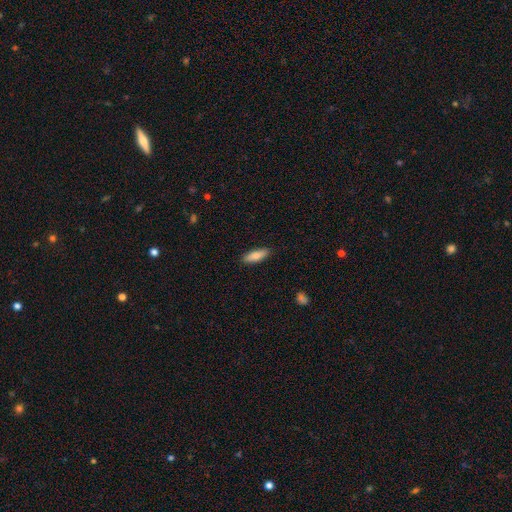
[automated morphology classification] The model was most divided on "how rounded": in between: 53%, cigar-shaped: 45%, round: 2%. More confident: merging — none (89%); smooth or featured — smooth (82%).